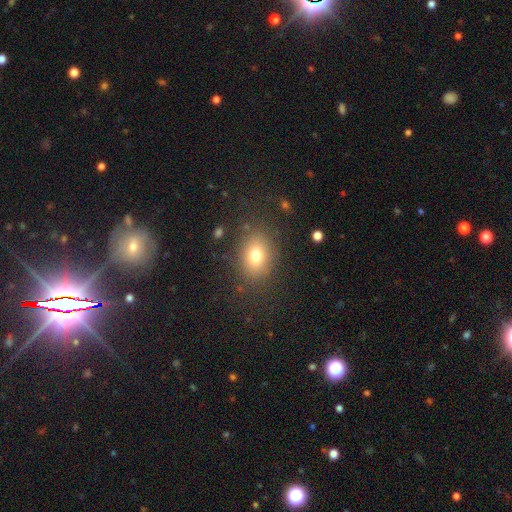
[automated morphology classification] Smooth or featured: smooth — 75% (star or artifact — 13%)
How rounded: in between — 59% (round — 40%)
Merging: none — 82% (minor disturbance — 11%)